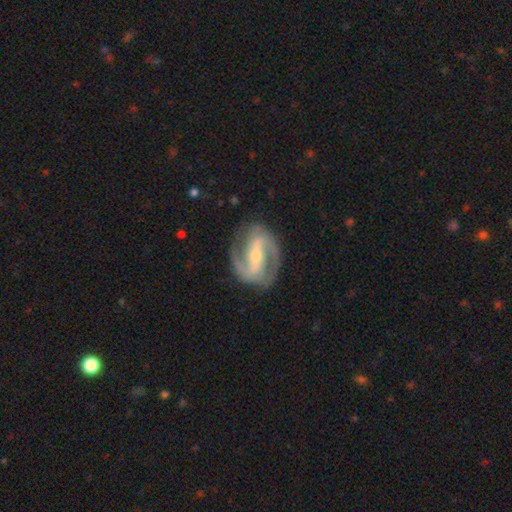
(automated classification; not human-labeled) Smooth or featured? Predicted: featured or disk (p=0.91). Edge-on disk? Predicted: no (p=0.97). Bar? Predicted: strong (p=0.61). Spiral arms? Predicted: yes (p=0.97). Spiral winding? Predicted: medium (p=0.51). Spiral arm count? Predicted: 2 (p=0.91). Bulge size? Predicted: small (p=0.55). Merging? Predicted: none (p=0.83).